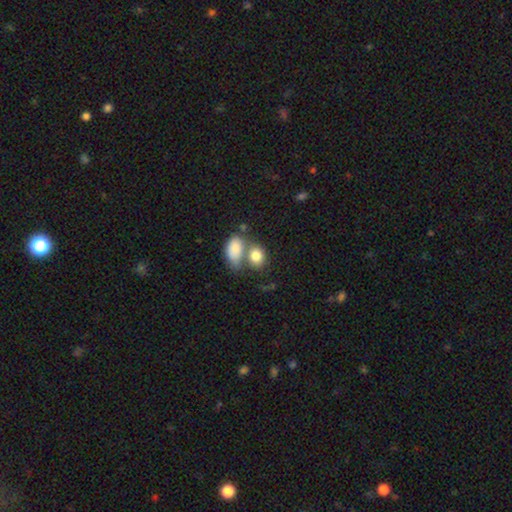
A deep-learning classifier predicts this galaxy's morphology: This is clearly a smooth galaxy (82%). How rounded: likely in between (67%). Merging: possibly merger (50%).